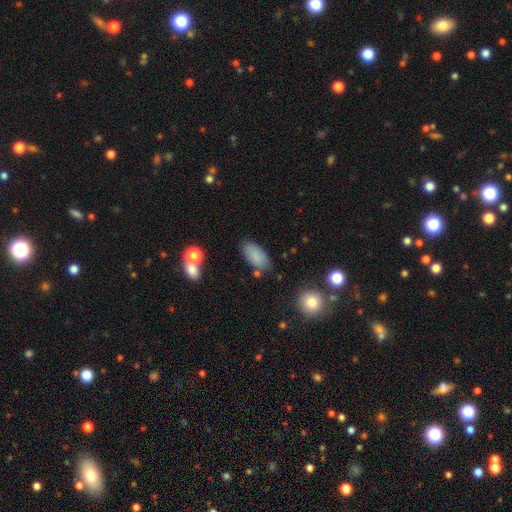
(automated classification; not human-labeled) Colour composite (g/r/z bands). It shows a smooth galaxy with no disk features (85%) that is in between round and cigar-shaped (92%). Merging: none (76%).